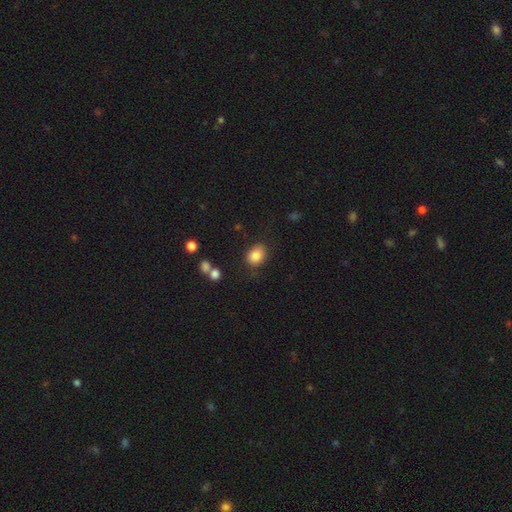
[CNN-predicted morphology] smooth-or-featured: smooth: 85% | star or artifact: 9% | featured or disk: 7%
  how-rounded: in between: 64% | round: 35% | cigar-shaped: 1%
  merging: none: 78% | minor disturbance: 14% | major disturbance: 4% | merger: 3%